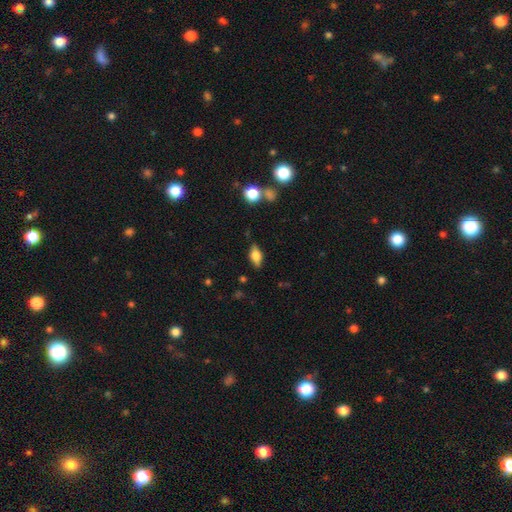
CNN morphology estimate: Smooth or featured? Predicted: smooth (p=0.62). How rounded? Predicted: in between (p=0.81). Merging? Predicted: none (p=0.80).